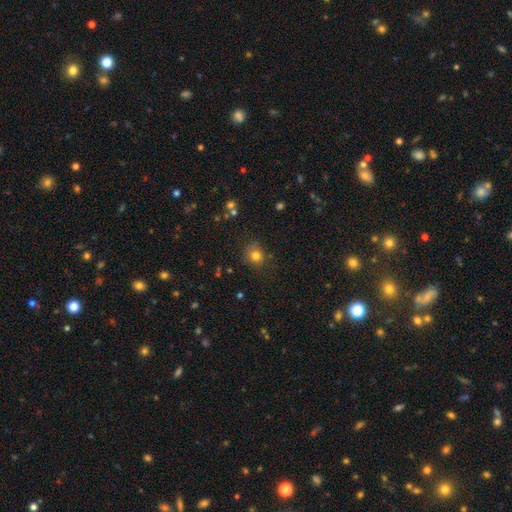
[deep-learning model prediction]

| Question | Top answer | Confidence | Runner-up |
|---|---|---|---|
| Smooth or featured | smooth | 80% | star or artifact (13%) |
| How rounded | round | 78% | in between (21%) |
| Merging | none | 73% | minor disturbance (19%) |